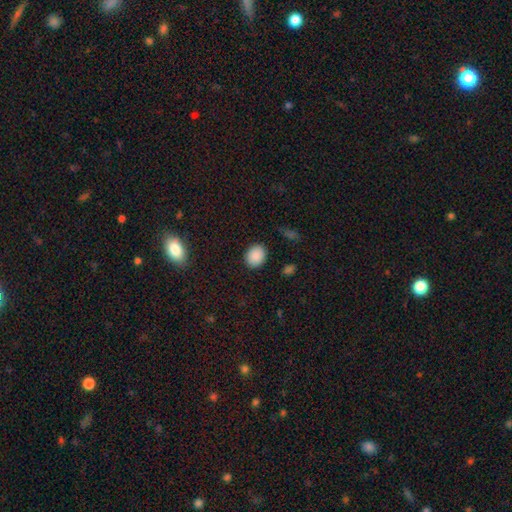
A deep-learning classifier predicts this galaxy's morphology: A smooth galaxy with no disk features (88%) that is round (54%).

Vote fractions:
- Smooth or featured? smooth: 88% / star or artifact: 8% / featured or disk: 3%
- How rounded? round: 54% / in between: 46% / cigar-shaped: 1%
- Merging? none: 89% / minor disturbance: 7% / major disturbance: 2% / merger: 1%